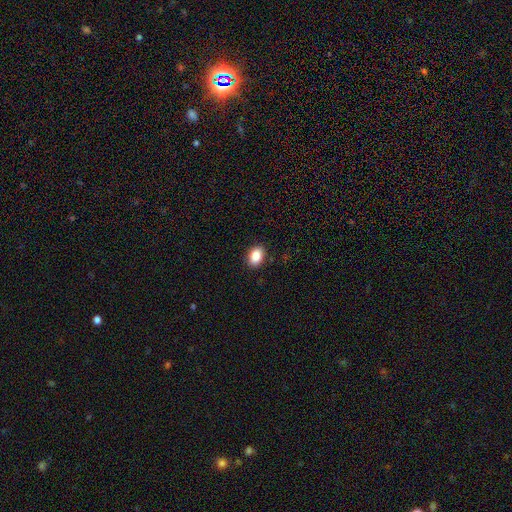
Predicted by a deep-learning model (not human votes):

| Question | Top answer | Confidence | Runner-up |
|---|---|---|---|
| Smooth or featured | smooth | 87% | star or artifact (8%) |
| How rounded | in between | 80% | round (19%) |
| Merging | none | 89% | minor disturbance (8%) |